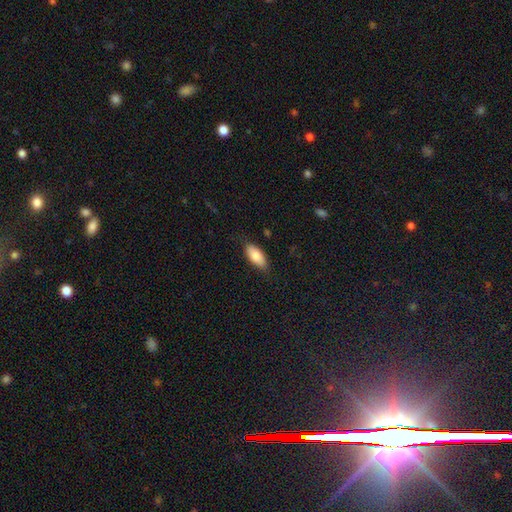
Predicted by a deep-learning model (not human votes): smooth_or_featured: smooth (p=0.83) [alt: featured or disk p=0.11]
how_rounded: in between (p=0.90) [alt: cigar-shaped p=0.08]
merging: none (p=0.82) [alt: minor disturbance p=0.14]